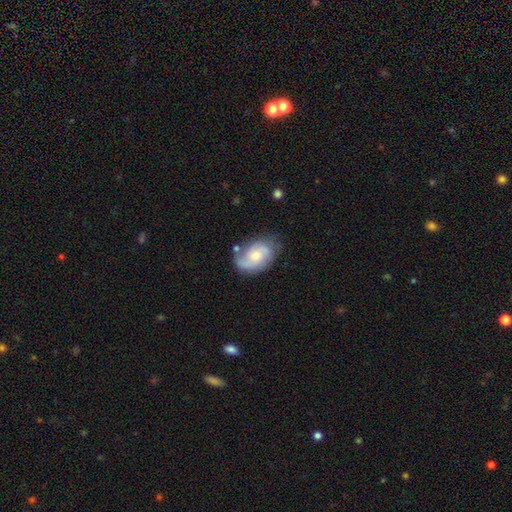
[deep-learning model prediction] Smooth or featured?
  - featured or disk: 70% *
  - smooth: 24%
  - star or artifact: 6%
Edge-on disk?
  - no: 97% *
  - yes: 3%
Bar?
  - no: 66% *
  - weak: 31%
  - strong: 4%
Spiral arms?
  - yes: 92% *
  - no: 8%
Spiral winding?
  - medium: 46% *
  - tight: 32%
  - loose: 22%
Spiral arm count?
  - 2: 55% *
  - can't tell: 18%
  - 3: 15%
  - 1: 6%
  - 4: 3%
  - more than 4: 2%
Bulge size?
  - moderate: 51% *
  - small: 38%
  - large: 6%
  - none: 4%
  - dominant: 1%
Merging?
  - none: 64% *
  - minor disturbance: 23%
  - major disturbance: 8%
  - merger: 5%